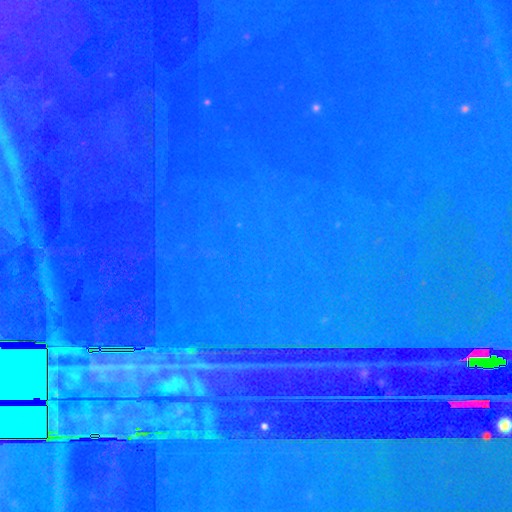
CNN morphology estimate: Smooth or featured: star or artifact — 87% (featured or disk — 7%)